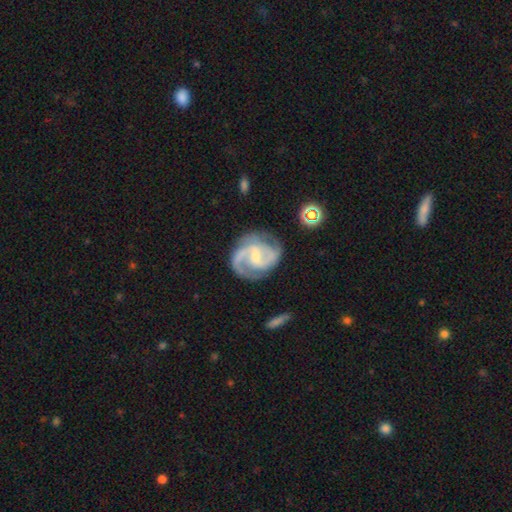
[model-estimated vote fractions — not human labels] The model was most divided on "bar": weak: 53%, no: 27%, strong: 19%. More confident: edge-on disk — no (98%); spiral arms — yes (98%); smooth or featured — featured or disk (90%); spiral arm count — 2 (82%); merging — none (73%); bulge size — small (59%); spiral winding — medium (56%).